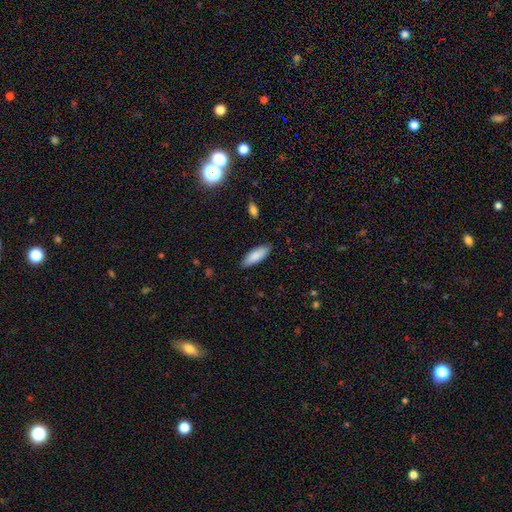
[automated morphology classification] type=smooth (86%); roundness=in between (61%); merging=none (86%).